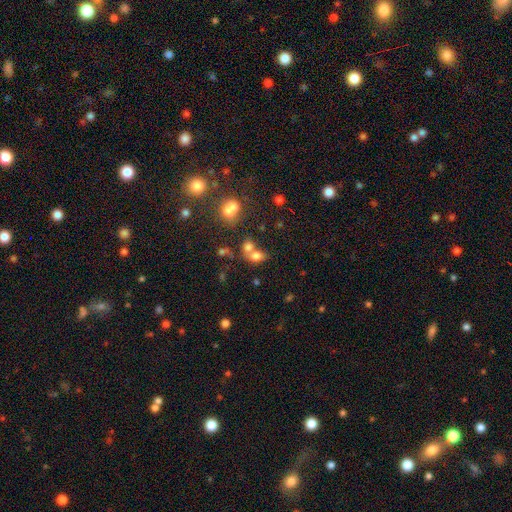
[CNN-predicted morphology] smooth_or_featured: smooth (p=0.74) [alt: star or artifact p=0.14]
how_rounded: in between (p=0.68) [alt: round p=0.30]
merging: merger (p=0.52) [alt: none p=0.32]